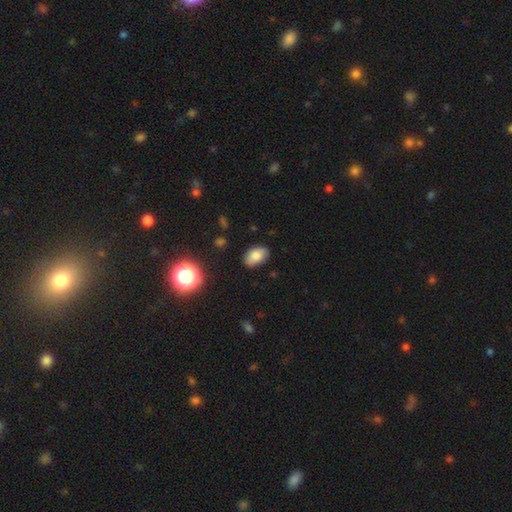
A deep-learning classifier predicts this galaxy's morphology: Smooth or featured? smooth (80%)
How rounded? in between (90%)
Merging? none (82%)